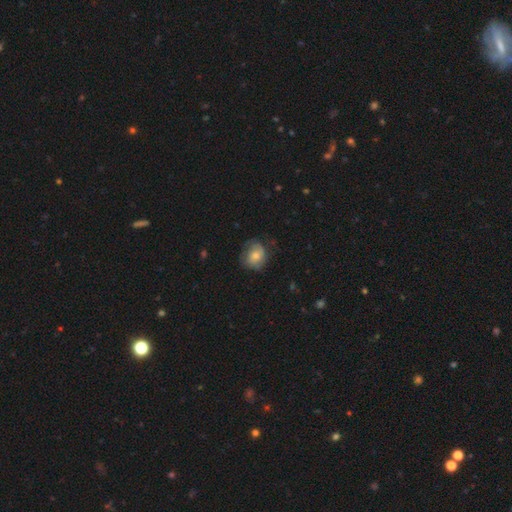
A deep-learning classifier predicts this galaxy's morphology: Smooth or featured: smooth — 55% (featured or disk — 38%)
How rounded: round — 66% (in between — 33%)
Merging: none — 59% (minor disturbance — 27%)